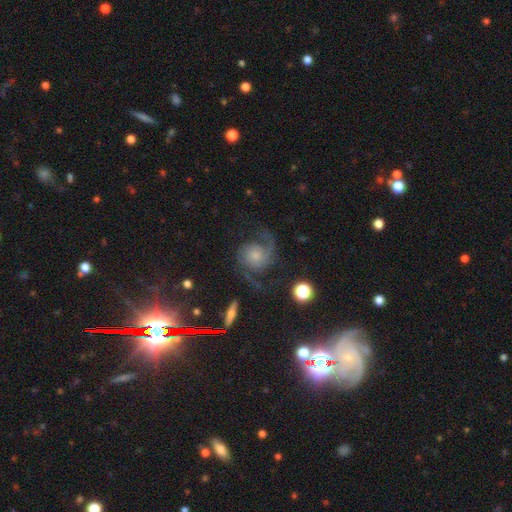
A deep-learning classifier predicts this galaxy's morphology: Overall: featured or disk (82%). Edge-on disk: no (98%). Bar: no (74%). Spiral arms: yes (97%). Spiral arm count: 2 (87%). Spiral winding: medium (46%; loose 39%). Bulge size: small (44%; moderate 31%). Merging: none (65%).